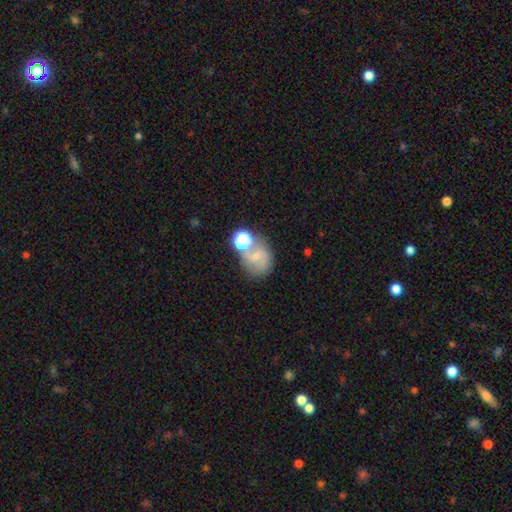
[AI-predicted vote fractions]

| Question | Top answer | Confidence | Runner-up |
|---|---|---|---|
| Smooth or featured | featured or disk | 47% | smooth (38%) |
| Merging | none | 44% | merger (28%) |